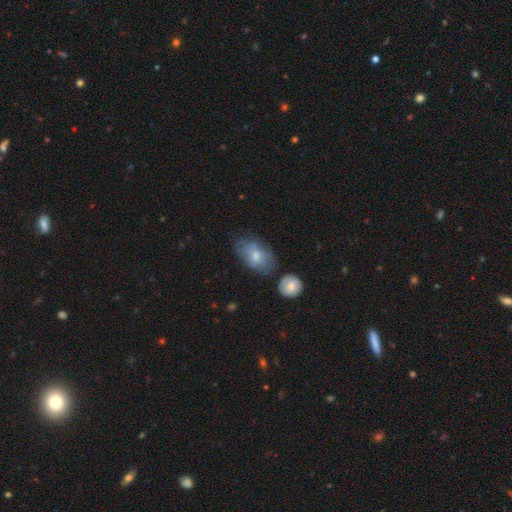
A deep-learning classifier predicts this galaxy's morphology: This is likely a smooth galaxy (67%). How rounded: clearly in between (87%). Merging: possibly none (50%).